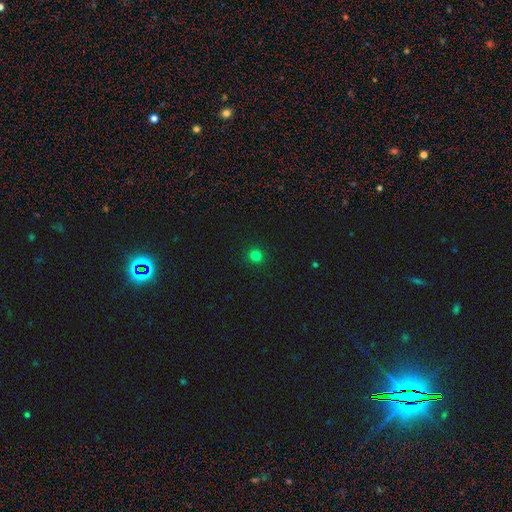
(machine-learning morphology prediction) The model was most divided on "smooth or featured": smooth: 80%, star or artifact: 16%, featured or disk: 4%. More confident: how rounded — round (92%); merging — none (92%).